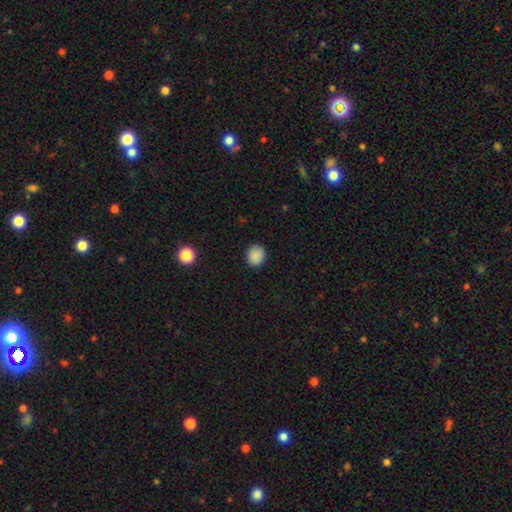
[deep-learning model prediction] smooth-or-featured: smooth: 88% | star or artifact: 9% | featured or disk: 3%
  how-rounded: round: 80% | in between: 19% | cigar-shaped: 1%
  merging: none: 89% | minor disturbance: 8% | major disturbance: 2% | merger: 1%